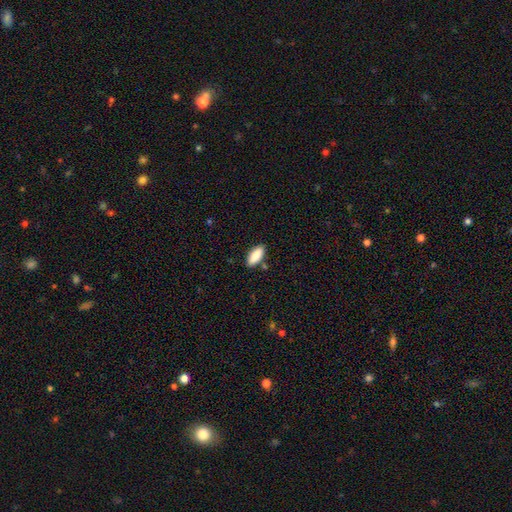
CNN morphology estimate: smooth-or-featured: smooth: 86% | featured or disk: 8% | star or artifact: 6%
  how-rounded: in between: 80% | cigar-shaped: 18% | round: 2%
  merging: none: 84% | minor disturbance: 10% | merger: 3% | major disturbance: 2%